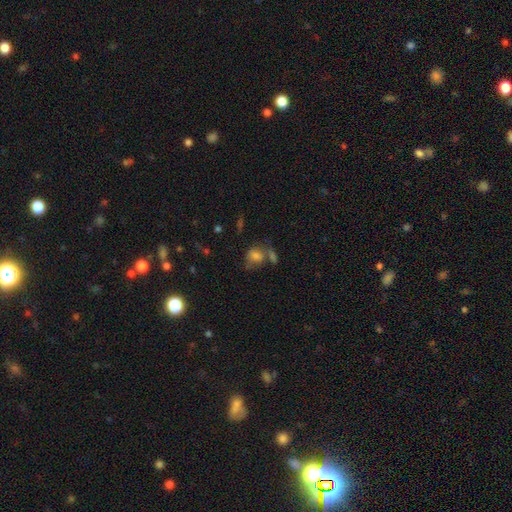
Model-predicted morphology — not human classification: Q: Smooth or featured?
A: smooth (72%); runner-up: featured or disk (15%)
Q: How rounded?
A: in between (60%); runner-up: round (38%)
Q: Merging?
A: none (36%); runner-up: merger (32%)